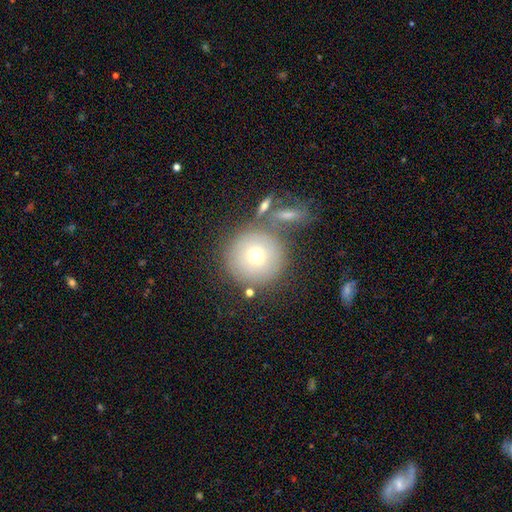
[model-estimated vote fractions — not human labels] This is likely a smooth galaxy (67%). How rounded: clearly round (95%). Merging: likely none (73%).